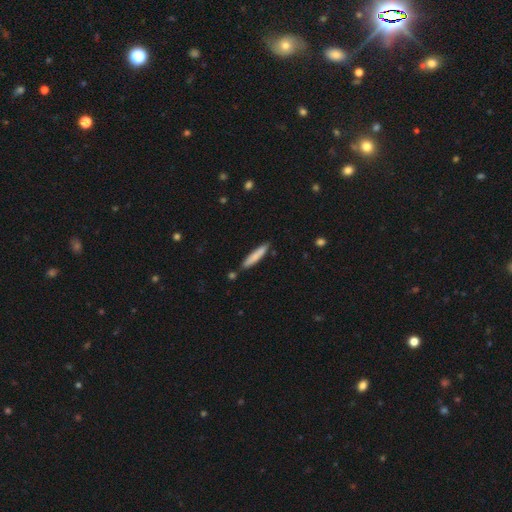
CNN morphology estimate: Smooth or featured? smooth (80%)
How rounded? cigar-shaped (90%)
Merging? none (82%)